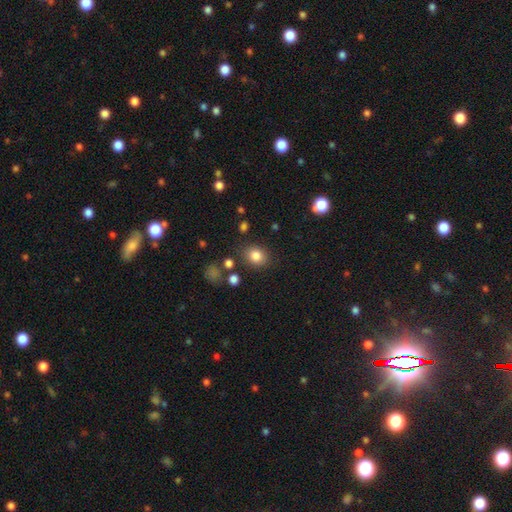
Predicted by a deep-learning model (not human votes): Smooth or featured?
  - smooth: 83% *
  - star or artifact: 11%
  - featured or disk: 6%
How rounded?
  - round: 63% *
  - in between: 36%
  - cigar-shaped: 1%
Merging?
  - none: 81% *
  - minor disturbance: 11%
  - merger: 4%
  - major disturbance: 4%